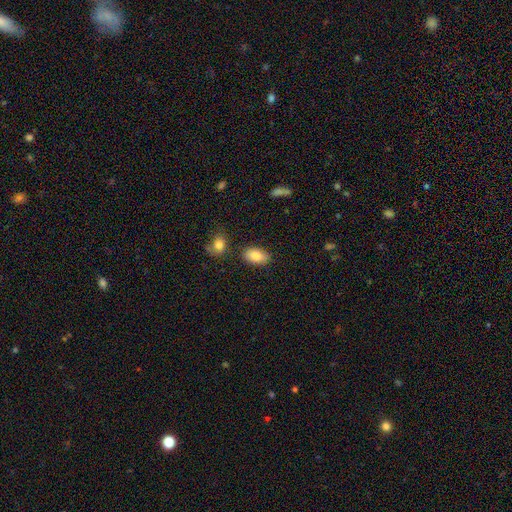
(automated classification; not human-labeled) The model was most divided on "merging": none: 82%, minor disturbance: 11%, merger: 5%, major disturbance: 3%. More confident: how rounded — in between (92%); smooth or featured — smooth (84%).